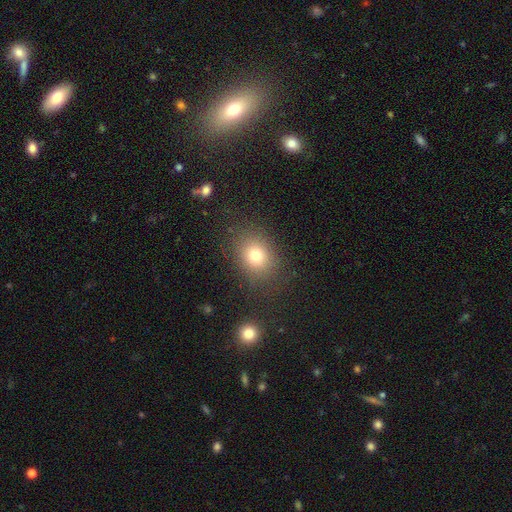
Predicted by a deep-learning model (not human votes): Q: Smooth or featured?
A: smooth (75%); runner-up: star or artifact (14%)
Q: How rounded?
A: round (54%); runner-up: in between (45%)
Q: Merging?
A: none (82%); runner-up: minor disturbance (10%)